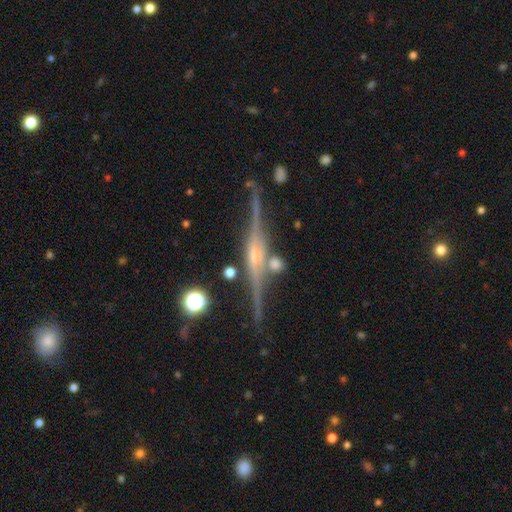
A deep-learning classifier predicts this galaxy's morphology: The model was most divided on "edge-on bulge": rounded: 69%, boxy: 19%, none: 11%. More confident: edge-on disk — yes (97%); smooth or featured — featured or disk (86%); merging — none (80%).